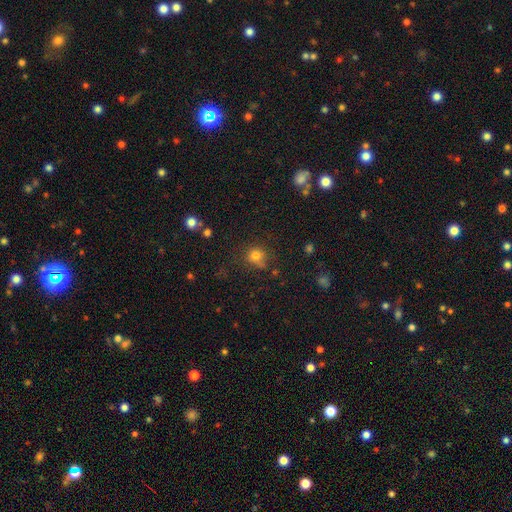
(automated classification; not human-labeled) Smooth or featured? Predicted: smooth (p=0.76). How rounded? Predicted: round (p=0.83). Merging? Predicted: none (p=0.67).